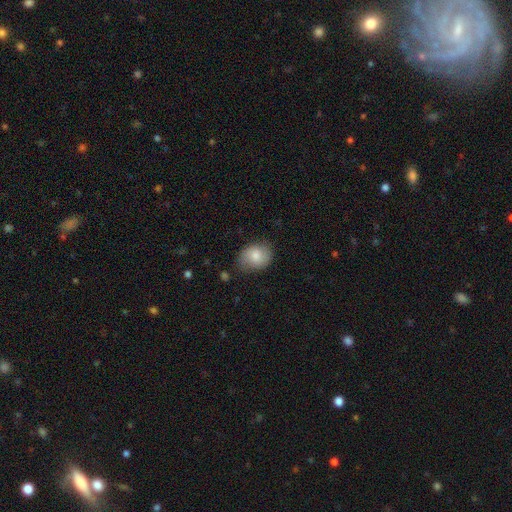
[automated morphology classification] This is likely a smooth galaxy (76%). How rounded: possibly in between (60%). Merging: likely none (72%).